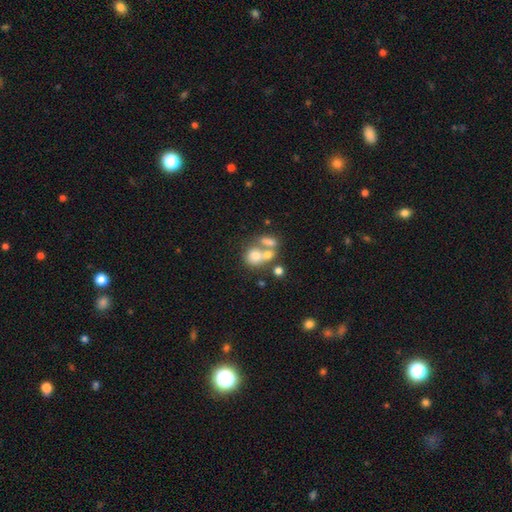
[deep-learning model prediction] Smooth or featured? smooth (66%)
How rounded? round (60%)
Merging? merger (53%)